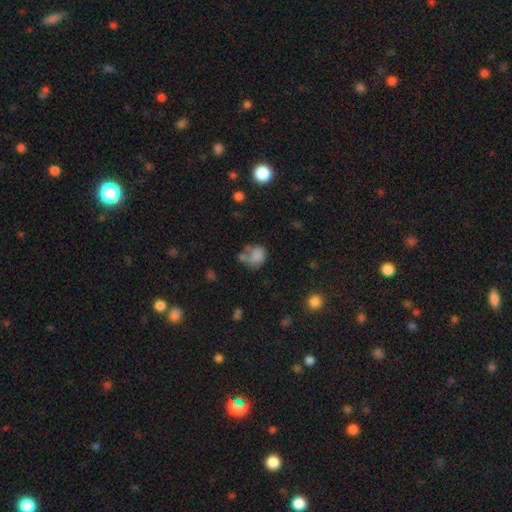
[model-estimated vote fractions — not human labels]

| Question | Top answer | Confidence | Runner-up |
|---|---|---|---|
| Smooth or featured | smooth | 73% | featured or disk (15%) |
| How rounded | round | 57% | in between (42%) |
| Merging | none | 31% | major disturbance (24%) |